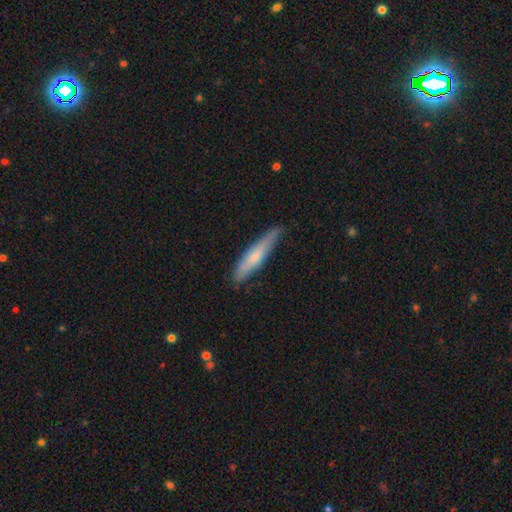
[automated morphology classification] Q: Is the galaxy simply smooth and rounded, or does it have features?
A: smooth — 67%.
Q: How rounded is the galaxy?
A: cigar-shaped — 85%.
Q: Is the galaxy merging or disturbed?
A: none — 75%.